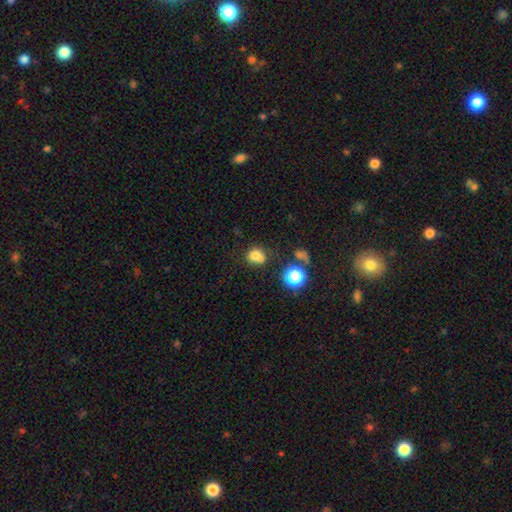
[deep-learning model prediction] This appears to be a smooth galaxy with no disk features (72%) that is round (73%). Merging: none (43%).